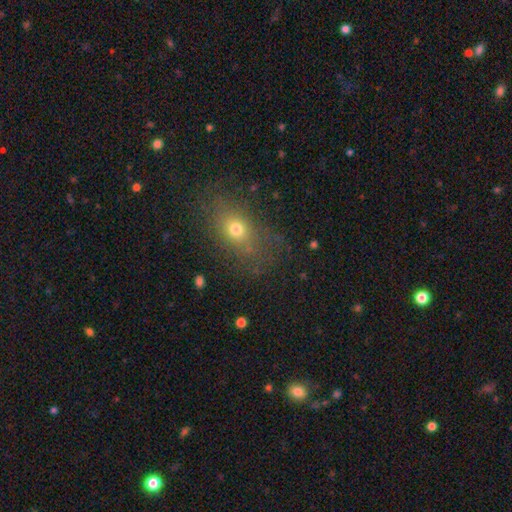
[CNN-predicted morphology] Q: Smooth or featured?
A: smooth (61%); runner-up: star or artifact (22%)
Q: How rounded?
A: in between (64%); runner-up: round (32%)
Q: Merging?
A: none (75%); runner-up: minor disturbance (16%)